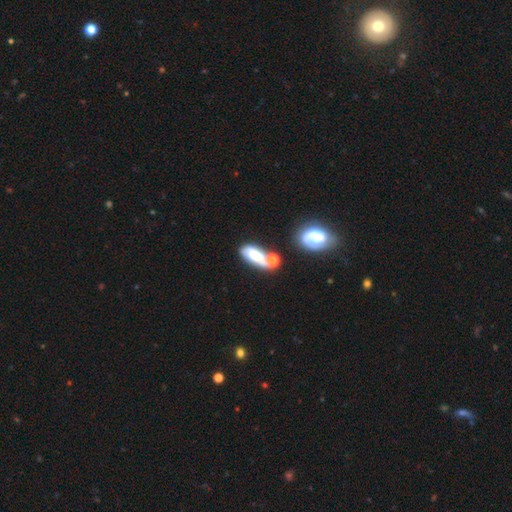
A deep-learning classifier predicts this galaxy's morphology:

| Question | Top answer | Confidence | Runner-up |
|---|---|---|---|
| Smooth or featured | smooth | 60% | featured or disk (28%) |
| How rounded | in between | 73% | cigar-shaped (19%) |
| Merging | merger | 39% | none (32%) |